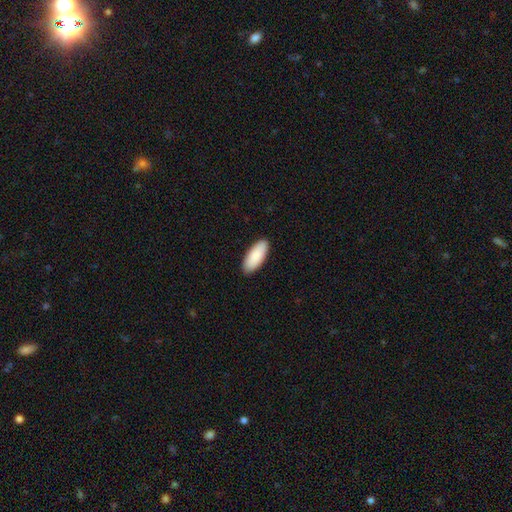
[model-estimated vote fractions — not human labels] Smooth or featured?
  - smooth: 90% *
  - star or artifact: 5%
  - featured or disk: 5%
How rounded?
  - in between: 84% *
  - cigar-shaped: 14%
  - round: 1%
Merging?
  - none: 90% *
  - minor disturbance: 8%
  - major disturbance: 1%
  - merger: 1%